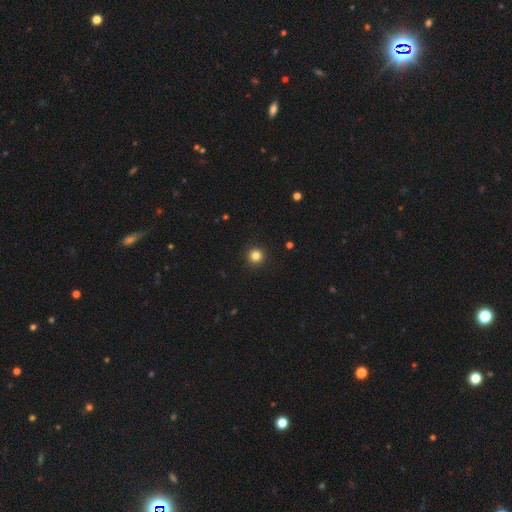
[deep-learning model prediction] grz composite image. It shows a smooth galaxy with no disk features (83%) that is round (96%). Merging: none (93%).